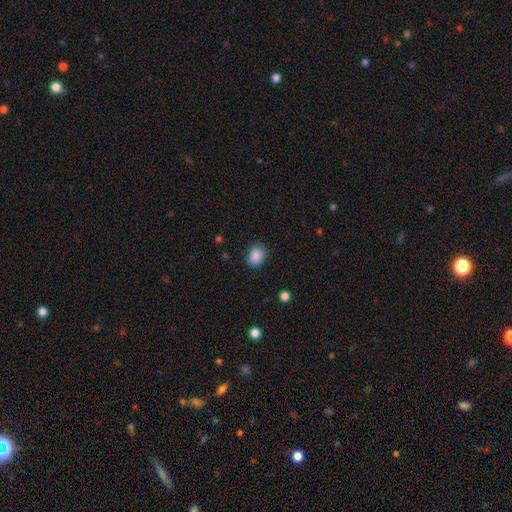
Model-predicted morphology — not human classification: smooth-or-featured: smooth: 88% | star or artifact: 9% | featured or disk: 3%
  how-rounded: in between: 51% | round: 48% | cigar-shaped: 1%
  merging: none: 84% | minor disturbance: 12% | major disturbance: 3% | merger: 1%